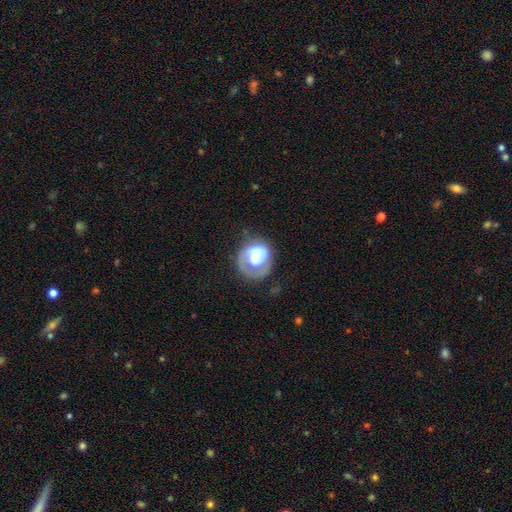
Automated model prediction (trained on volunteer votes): smooth-or-featured: featured or disk: 58% | smooth: 35% | star or artifact: 7%
  disk-edge-on: no: 97% | yes: 3%
    bar: no: 51% | weak: 35% | strong: 14%
    has-spiral-arms: yes: 69% | no: 31%
    bulge-size: large: 45% | moderate: 35% | small: 9% | dominant: 8% | none: 4%
  merging: none: 51% | minor disturbance: 24% | major disturbance: 23% | merger: 2%